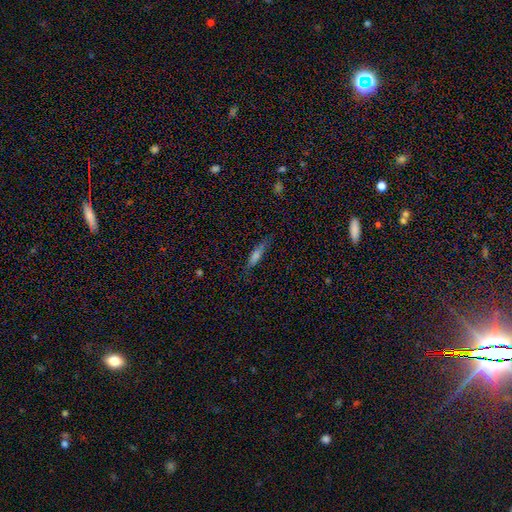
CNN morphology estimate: A smooth galaxy with no disk features (56%) that is cigar-shaped (74%). Merging: none (75%).